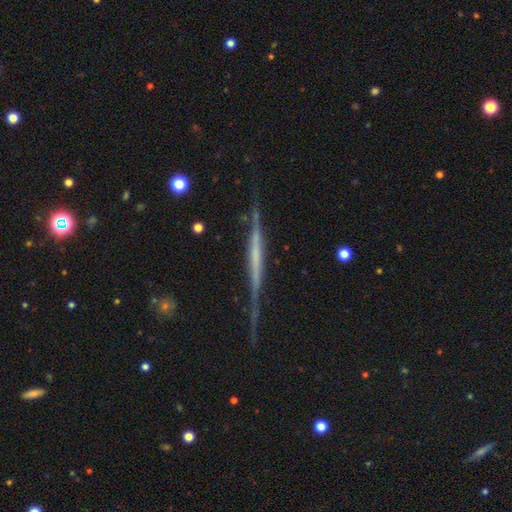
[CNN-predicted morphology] smooth_or_featured: featured or disk (p=0.72) [alt: smooth p=0.21]
disk_edge_on: yes (p=0.95) [alt: no p=0.05]
edge_on_bulge: none (p=0.76) [alt: boxy p=0.12]
merging: none (p=0.69) [alt: minor disturbance p=0.21]